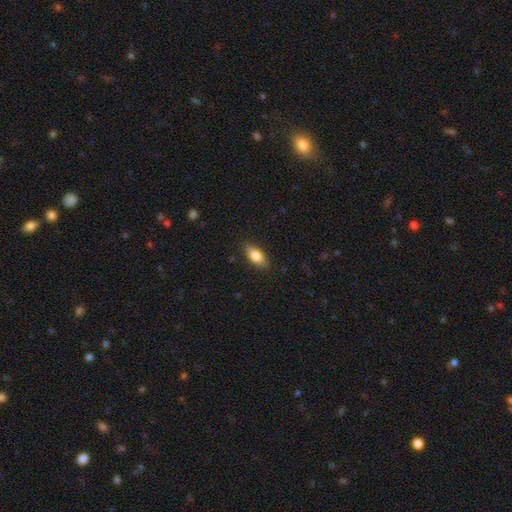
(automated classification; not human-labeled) This appears to be a smooth galaxy with no disk features (78%) that is in between round and cigar-shaped (83%). Merging: none (86%).